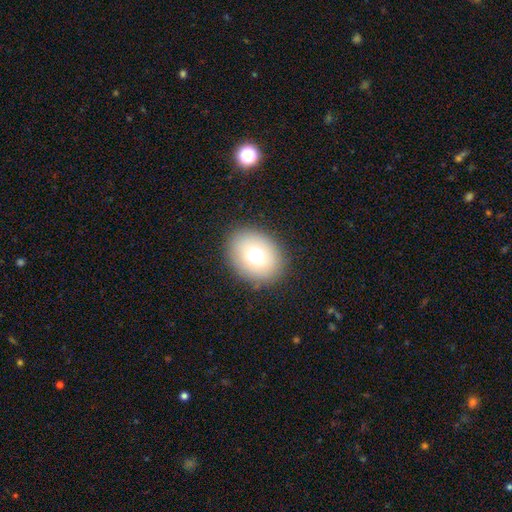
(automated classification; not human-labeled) Smooth or featured?
  - smooth: 74% *
  - featured or disk: 15%
  - star or artifact: 10%
How rounded?
  - in between: 55% *
  - round: 44%
  - cigar-shaped: 1%
Merging?
  - none: 88% *
  - minor disturbance: 8%
  - major disturbance: 3%
  - merger: 1%